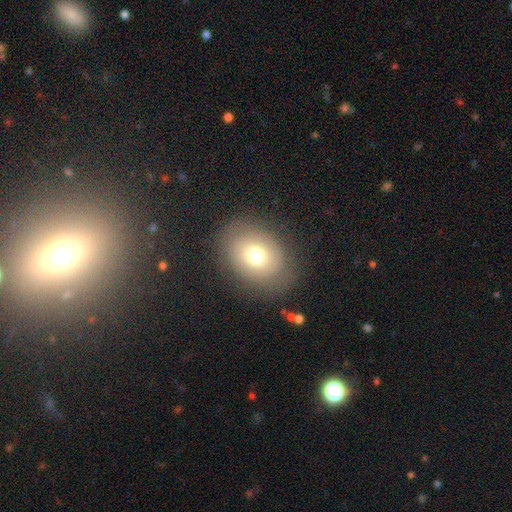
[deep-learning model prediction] Q: Smooth or featured?
A: smooth (71%); runner-up: featured or disk (17%)
Q: How rounded?
A: in between (60%); runner-up: round (39%)
Q: Merging?
A: none (77%); runner-up: minor disturbance (14%)